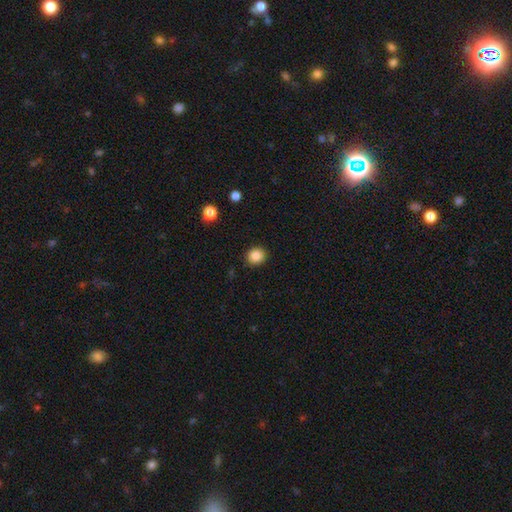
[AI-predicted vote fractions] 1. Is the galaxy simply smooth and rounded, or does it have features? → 85% smooth, 10% star or artifact, 5% featured or disk.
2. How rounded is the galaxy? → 80% round, 19% in between, 1% cigar-shaped.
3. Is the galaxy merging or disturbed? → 90% none, 7% minor disturbance, 2% major disturbance, 1% merger.